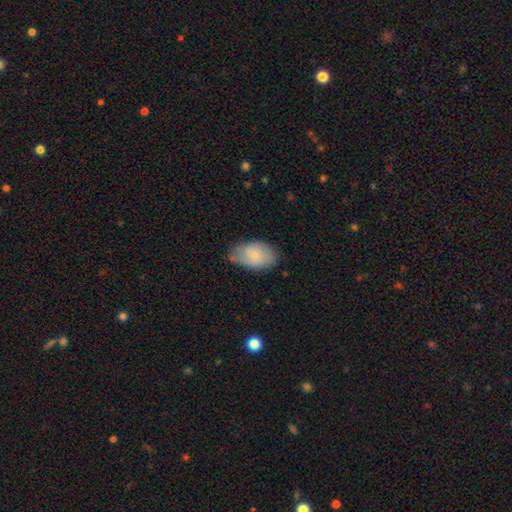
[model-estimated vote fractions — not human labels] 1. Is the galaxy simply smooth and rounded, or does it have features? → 79% smooth, 14% featured or disk, 6% star or artifact.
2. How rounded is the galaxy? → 92% in between, 6% round, 1% cigar-shaped.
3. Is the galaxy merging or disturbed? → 62% none, 29% minor disturbance, 6% major disturbance, 2% merger.